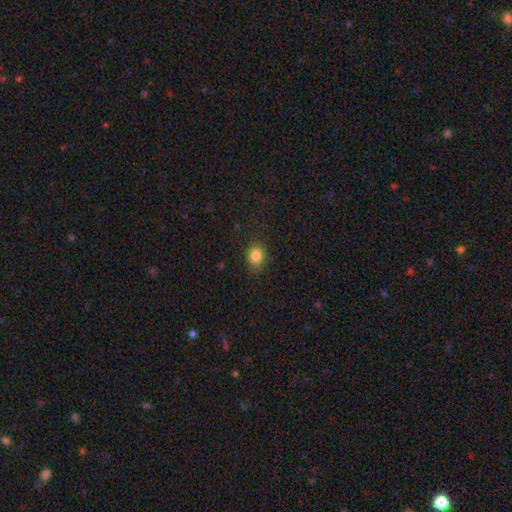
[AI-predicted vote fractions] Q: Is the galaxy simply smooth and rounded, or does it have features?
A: smooth — 83%.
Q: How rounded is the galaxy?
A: round — 52%.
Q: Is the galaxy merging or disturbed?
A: none — 83%.